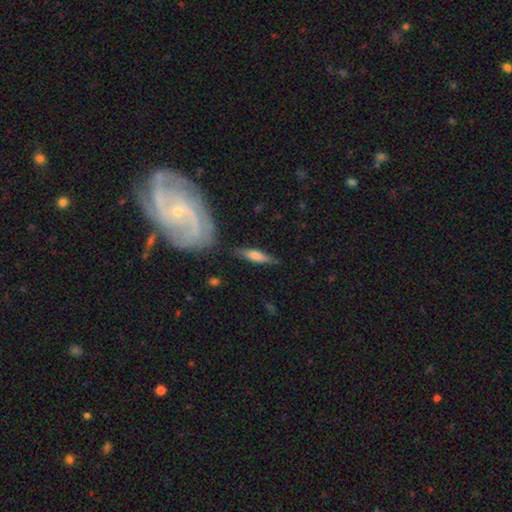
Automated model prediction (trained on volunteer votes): Overall: smooth (55%; featured or disk 39%). How rounded: cigar-shaped (71%). Merging: none (75%).